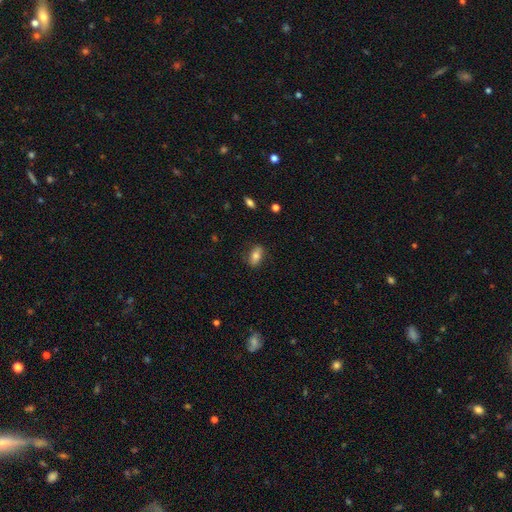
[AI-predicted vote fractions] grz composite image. It shows a smooth galaxy with no disk features (75%) that is in between round and cigar-shaped (85%). Merging: none (81%).